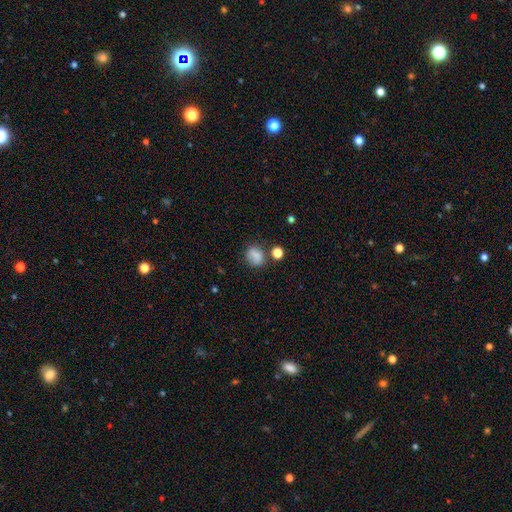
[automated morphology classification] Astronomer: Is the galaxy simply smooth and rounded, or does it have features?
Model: smooth — 80%.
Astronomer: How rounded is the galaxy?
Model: round — 54% (runner-up: in between, 44%).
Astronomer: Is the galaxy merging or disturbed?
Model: none — 67%.